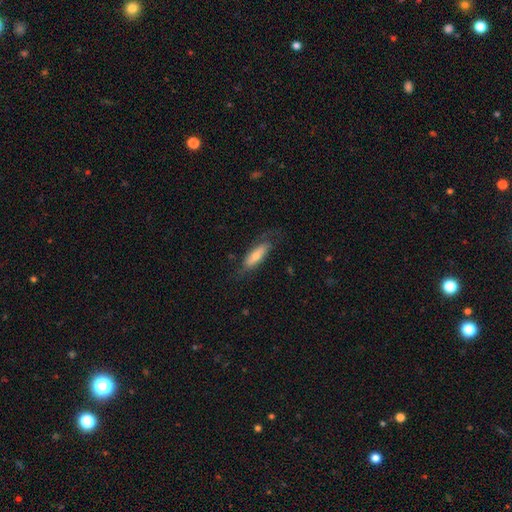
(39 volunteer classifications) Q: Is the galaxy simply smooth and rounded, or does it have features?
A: smooth — 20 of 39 (51%).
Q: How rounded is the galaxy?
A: cigar-shaped — 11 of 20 (55%).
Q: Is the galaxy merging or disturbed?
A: none — 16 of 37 (43%).